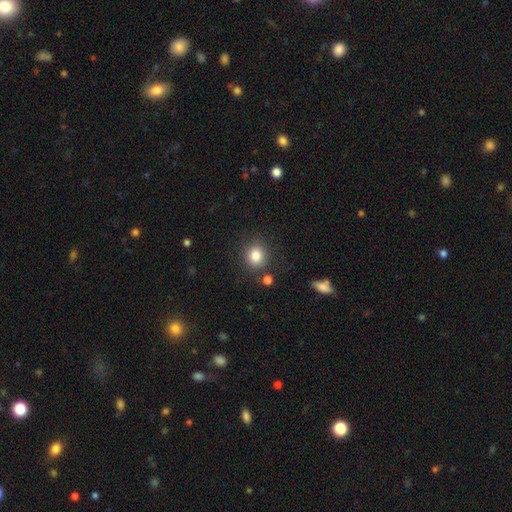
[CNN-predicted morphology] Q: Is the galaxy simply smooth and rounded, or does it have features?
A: smooth — 84%.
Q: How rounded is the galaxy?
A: round — 80%.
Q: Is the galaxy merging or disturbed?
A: none — 81%.